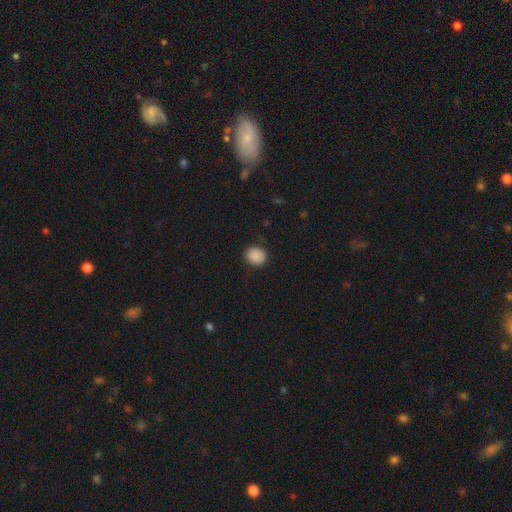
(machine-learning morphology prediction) The model was most divided on "how rounded": round: 76%, in between: 23%, cigar-shaped: 1%. More confident: smooth or featured — smooth (89%); merging — none (87%).